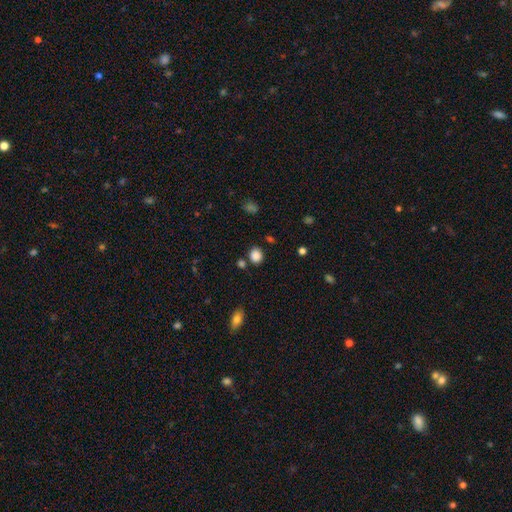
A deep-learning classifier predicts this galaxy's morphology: Smooth or featured?
  - smooth: 85% *
  - star or artifact: 11%
  - featured or disk: 4%
How rounded?
  - round: 68% *
  - in between: 31%
  - cigar-shaped: 1%
Merging?
  - none: 80% *
  - minor disturbance: 10%
  - merger: 6%
  - major disturbance: 3%